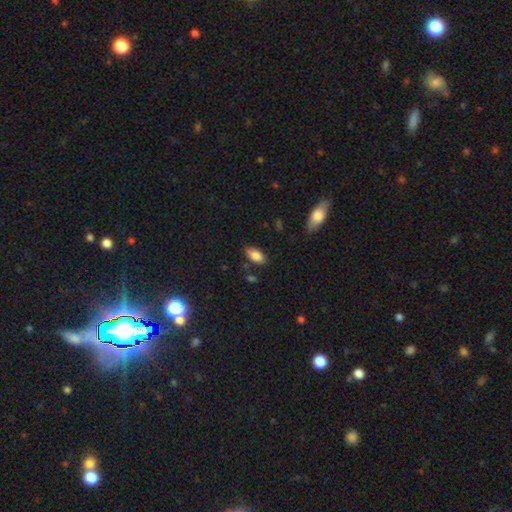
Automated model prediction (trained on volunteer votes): Morphology: type=smooth (83%); roundness=in between (91%); merging=none (82%).